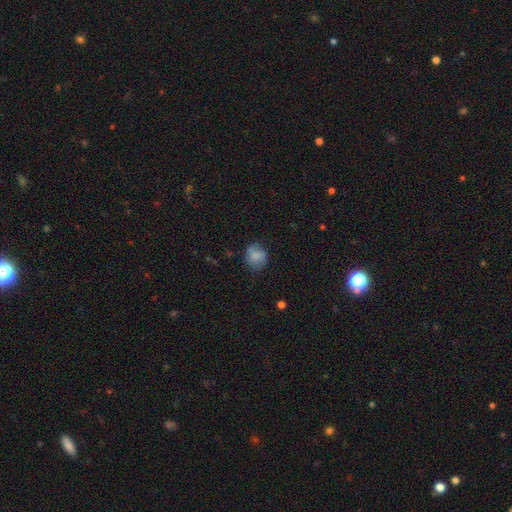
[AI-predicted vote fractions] A smooth galaxy with no disk features (77%) that is round (75%). Merging: none (65%).